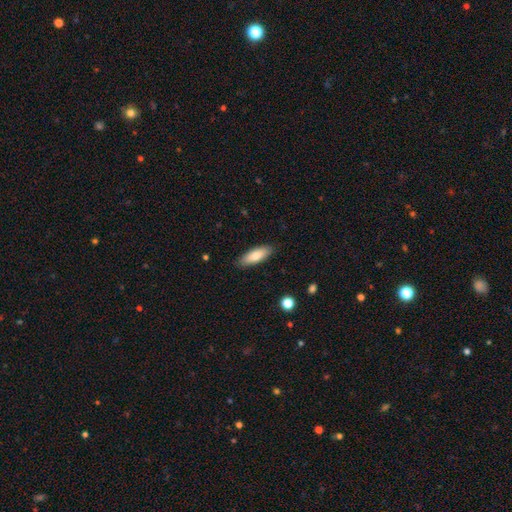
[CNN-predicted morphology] type=smooth (78%); roundness=in between (64%); merging=none (87%).